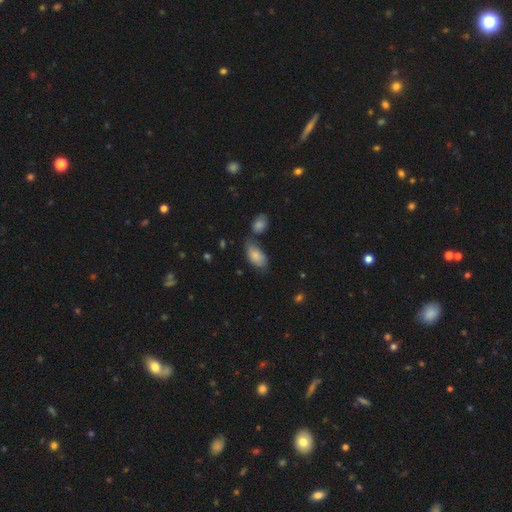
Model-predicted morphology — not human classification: This appears to be a smooth galaxy with no disk features (77%) that is in between round and cigar-shaped (93%). Merging: none (51%).